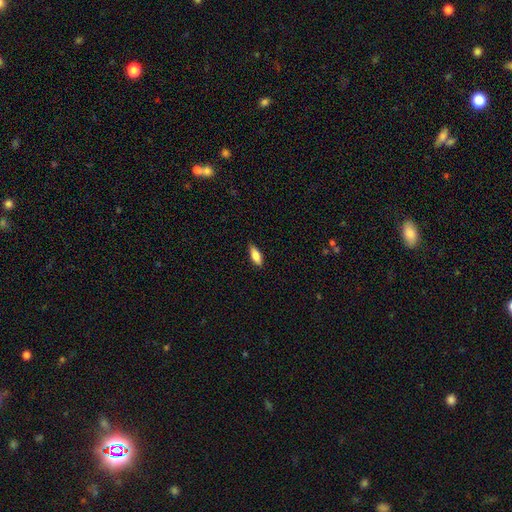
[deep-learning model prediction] This appears to be a smooth galaxy with no disk features (83%) that is in between round and cigar-shaped (73%). Merging: none (85%).